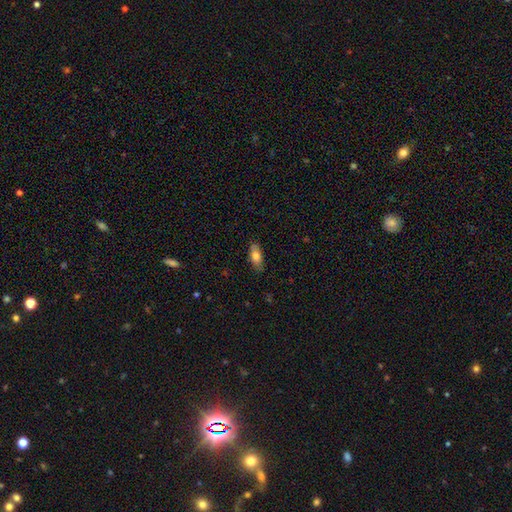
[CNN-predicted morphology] This is likely a smooth galaxy (75%). How rounded: clearly in between (82%). Merging: likely none (78%).